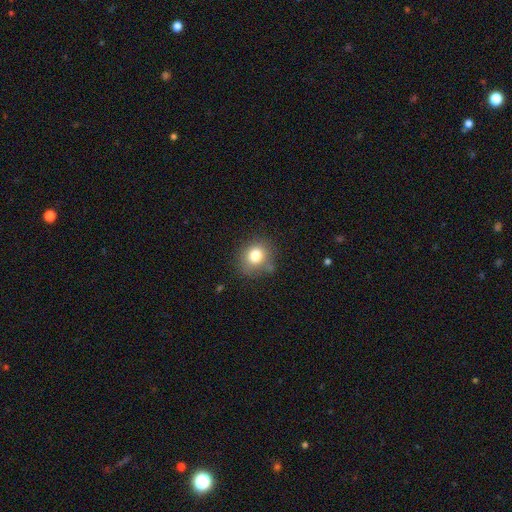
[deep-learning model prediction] Smooth or featured: smooth — 79% (star or artifact — 12%)
How rounded: round — 75% (in between — 24%)
Merging: none — 71% (minor disturbance — 20%)